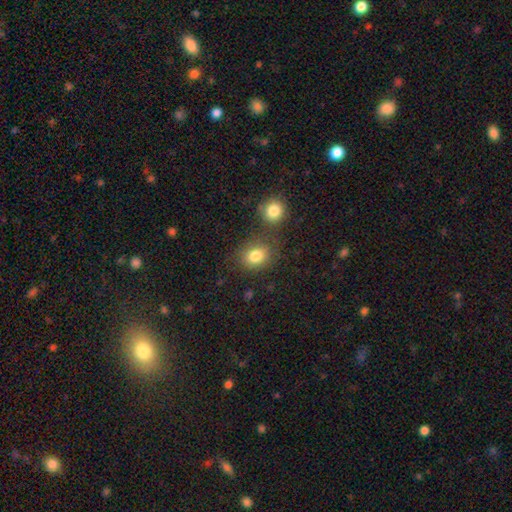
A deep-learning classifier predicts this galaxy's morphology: Smooth or featured?
  - smooth: 81% *
  - star or artifact: 11%
  - featured or disk: 7%
How rounded?
  - round: 57% *
  - in between: 42%
  - cigar-shaped: 1%
Merging?
  - none: 64% *
  - merger: 20%
  - minor disturbance: 11%
  - major disturbance: 4%